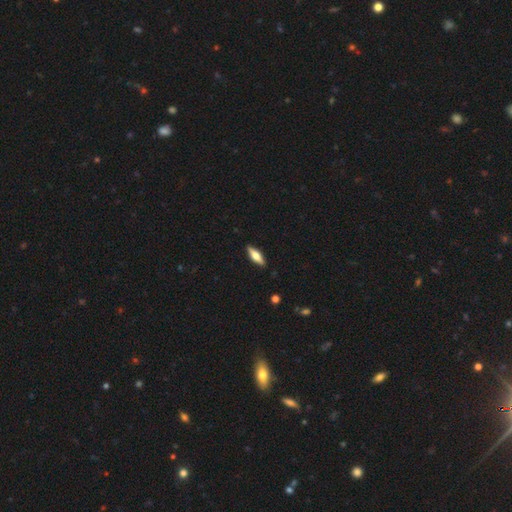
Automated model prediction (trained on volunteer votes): Q: Smooth or featured?
A: smooth (52%); runner-up: featured or disk (43%)
Q: How rounded?
A: cigar-shaped (52%); runner-up: in between (46%)
Q: Merging?
A: none (90%); runner-up: minor disturbance (7%)